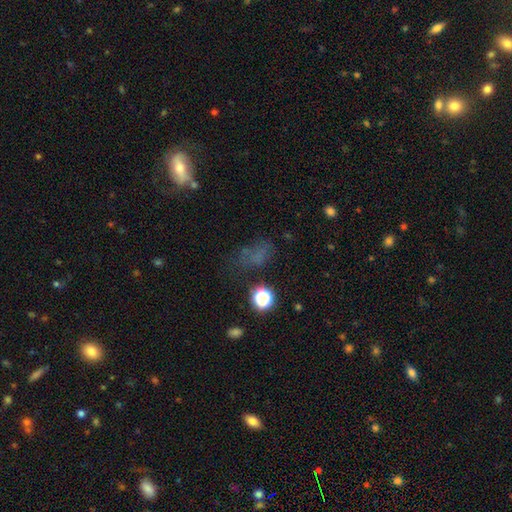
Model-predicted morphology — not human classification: Q: Smooth or featured?
A: smooth (50%); runner-up: star or artifact (33%)
Q: How rounded?
A: in between (67%); runner-up: round (28%)
Q: Merging?
A: none (52%); runner-up: minor disturbance (21%)